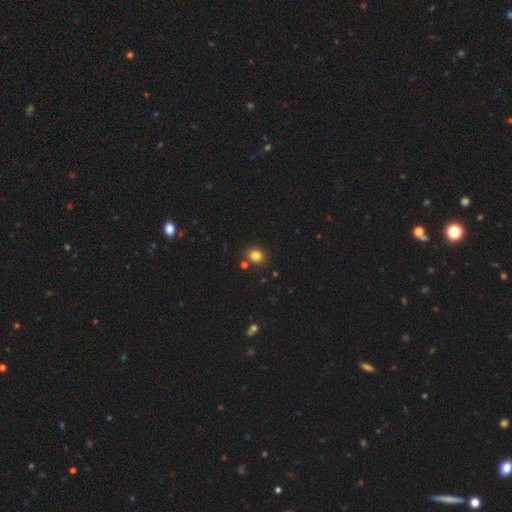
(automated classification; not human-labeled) smooth 81%, star or artifact 13%, featured or disk 6%. Down the decision tree: how rounded — round (75%); merging — none (84%).